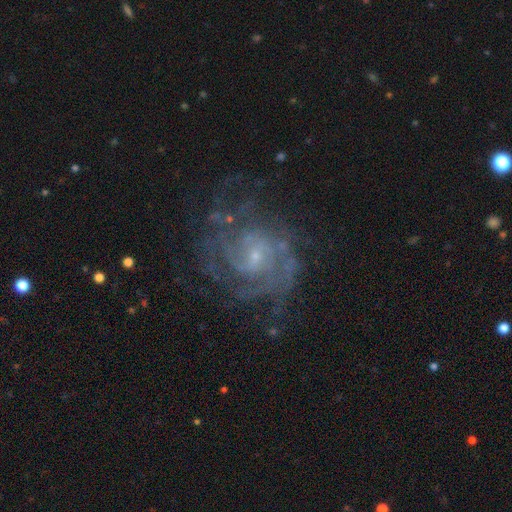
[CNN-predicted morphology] The model was most divided on "bar": no: 51%, weak: 41%, strong: 8%. Remaining: edge-on disk — no (98%); spiral arms — yes (93%); smooth or featured — featured or disk (85%); bulge size — small (74%); merging — none (70%); spiral winding — tight (53%); spiral arm count — can't tell (35%).